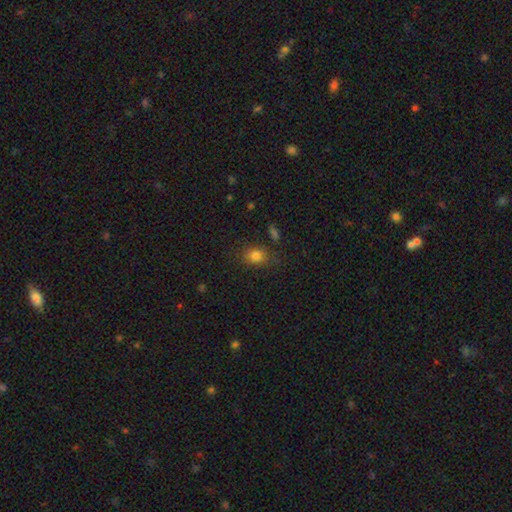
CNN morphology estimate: This is clearly a smooth galaxy (81%). How rounded: possibly in between (55%). Merging: likely none (74%).